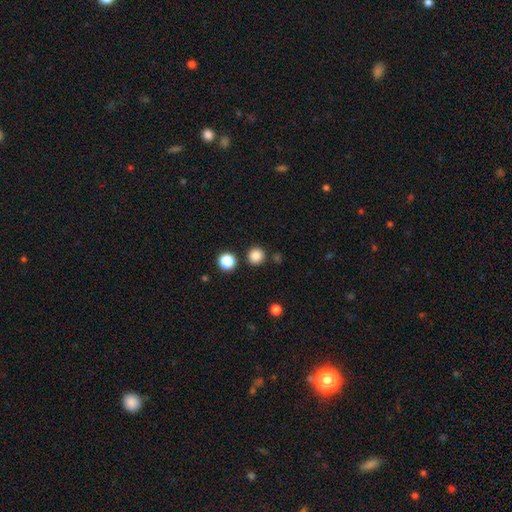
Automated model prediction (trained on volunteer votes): A smooth galaxy with no disk features (84%) that is round (94%).

Vote fractions:
- Smooth or featured? smooth: 84% / star or artifact: 12% / featured or disk: 3%
- How rounded? round: 94% / in between: 5% / cigar-shaped: 1%
- Merging? none: 87% / minor disturbance: 6% / merger: 5% / major disturbance: 2%